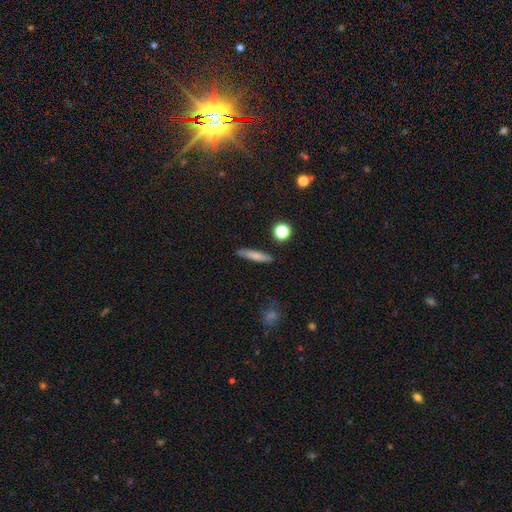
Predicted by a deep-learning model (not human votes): Smooth or featured? smooth (75%)
How rounded? cigar-shaped (87%)
Merging? none (87%)